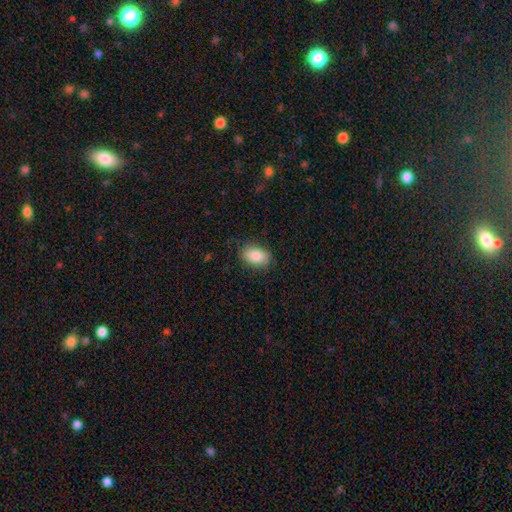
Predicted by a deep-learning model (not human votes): A smooth galaxy with no disk features (86%) that is in between round and cigar-shaped (90%).

Vote fractions:
- Smooth or featured? smooth: 86% / featured or disk: 8% / star or artifact: 7%
- How rounded? in between: 90% / round: 8% / cigar-shaped: 2%
- Merging? none: 84% / minor disturbance: 12% / major disturbance: 3% / merger: 1%